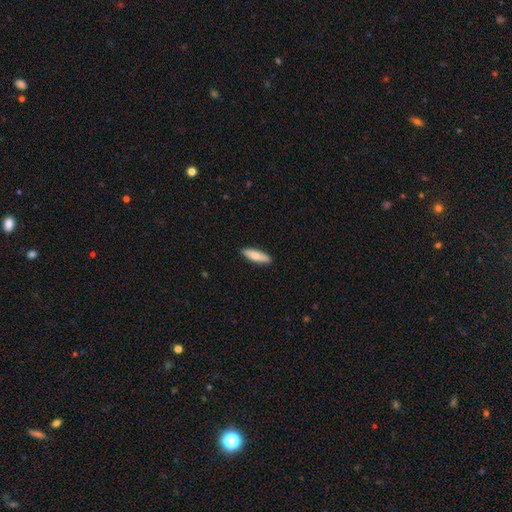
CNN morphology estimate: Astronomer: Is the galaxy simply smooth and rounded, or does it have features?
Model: smooth — 77%.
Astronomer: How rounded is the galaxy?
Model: cigar-shaped — 61% (runner-up: in between, 37%).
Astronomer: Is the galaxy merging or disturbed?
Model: none — 90%.